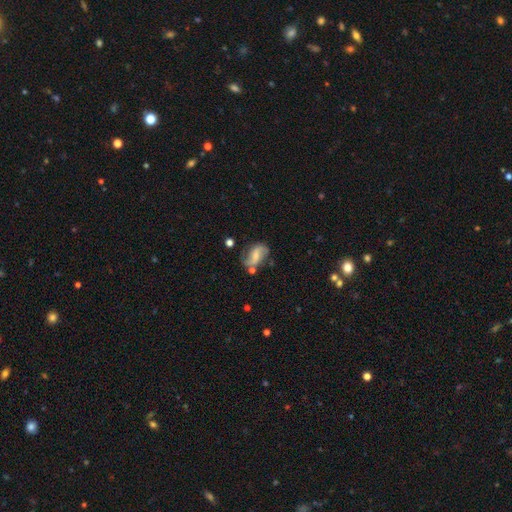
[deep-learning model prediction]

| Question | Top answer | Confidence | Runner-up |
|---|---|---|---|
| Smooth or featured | featured or disk | 72% | smooth (20%) |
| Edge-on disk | no | 97% | yes (3%) |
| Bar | weak | 45% | no (33%) |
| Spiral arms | yes | 91% | no (9%) |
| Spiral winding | loose | 53% | medium (35%) |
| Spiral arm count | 2 | 85% | can't tell (6%) |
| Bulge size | small | 40% | moderate (29%) |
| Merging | none | 57% | minor disturbance (22%) |